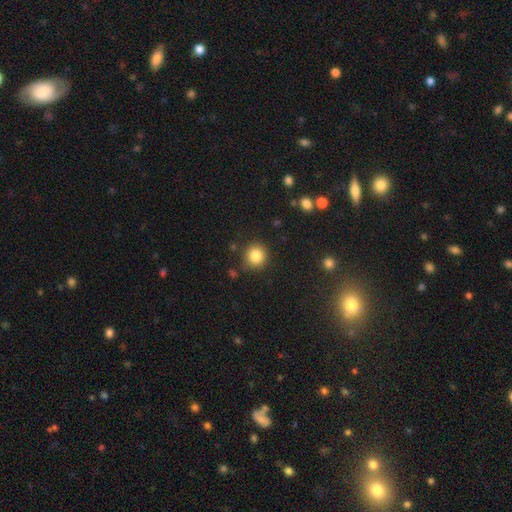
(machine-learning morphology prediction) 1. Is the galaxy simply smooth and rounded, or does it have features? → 84% smooth, 10% star or artifact, 5% featured or disk.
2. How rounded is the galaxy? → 92% round, 7% in between, 1% cigar-shaped.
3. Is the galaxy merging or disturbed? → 87% none, 8% minor disturbance, 3% major disturbance, 2% merger.